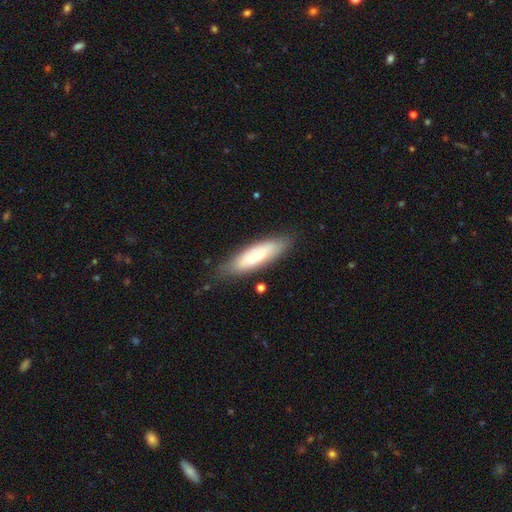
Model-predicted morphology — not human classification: The model was most divided on "how rounded": cigar-shaped: 60%, in between: 39%, round: 2%. More confident: merging — none (82%); smooth or featured — smooth (67%).